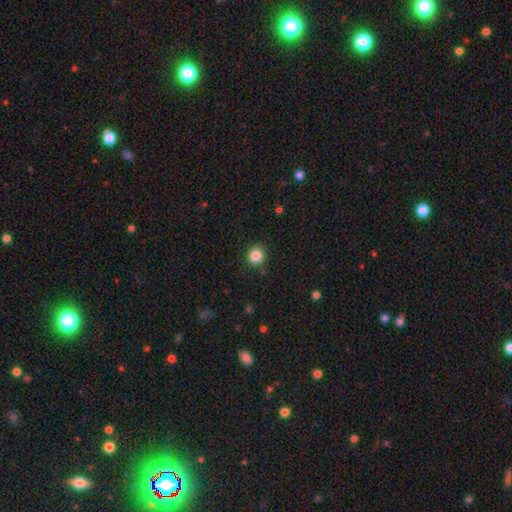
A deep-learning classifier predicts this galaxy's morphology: Q: Smooth or featured?
A: smooth (85%); runner-up: star or artifact (11%)
Q: How rounded?
A: round (92%); runner-up: in between (7%)
Q: Merging?
A: none (91%); runner-up: minor disturbance (6%)